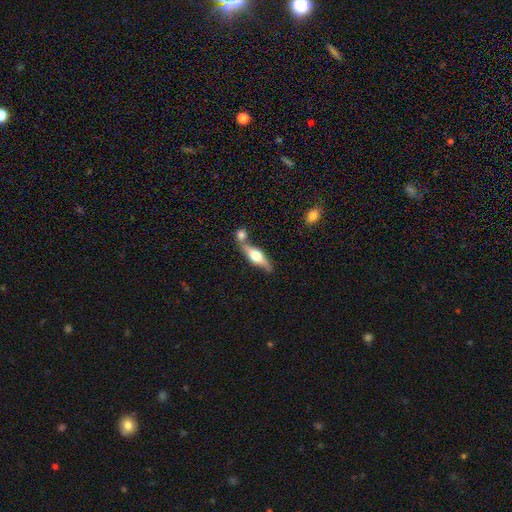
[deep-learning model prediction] Q: Smooth or featured?
A: featured or disk (54%); runner-up: smooth (40%)
Q: Edge-on disk?
A: yes (86%); runner-up: no (14%)
Q: Merging?
A: none (50%); runner-up: merger (34%)